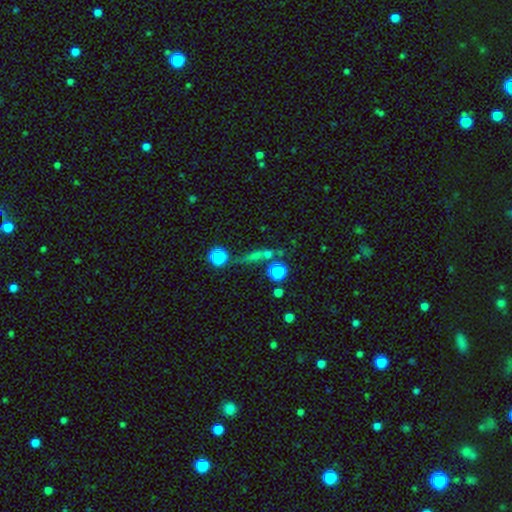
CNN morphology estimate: Smooth or featured? Predicted: smooth (p=0.38). Merging? Predicted: none (p=0.66).